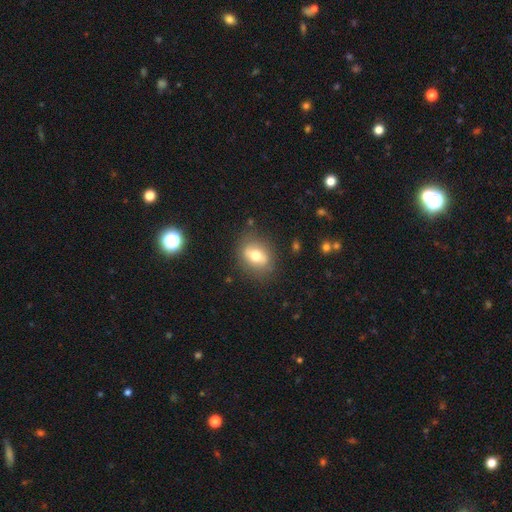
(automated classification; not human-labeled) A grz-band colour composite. It shows a smooth galaxy with no disk features (63%) that is in between round and cigar-shaped (59%). Merging: none (78%).